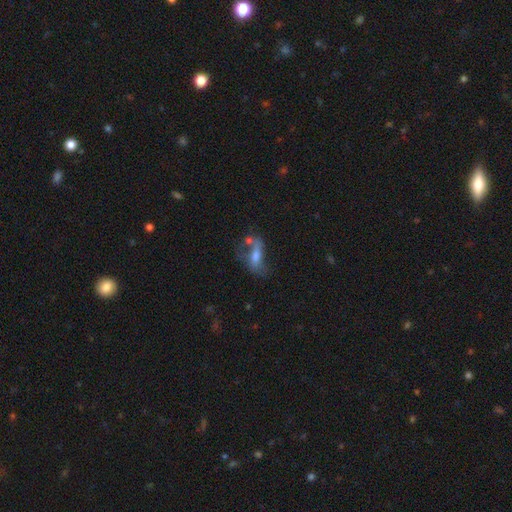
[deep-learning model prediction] Q: Smooth or featured?
A: featured or disk (48%); runner-up: smooth (39%)
Q: Merging?
A: none (33%); runner-up: major disturbance (28%)